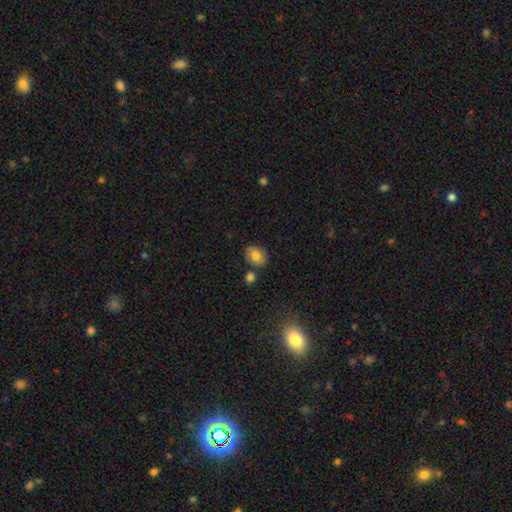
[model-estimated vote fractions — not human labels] Smooth or featured? smooth (74%)
How rounded? in between (58%)
Merging? none (77%)